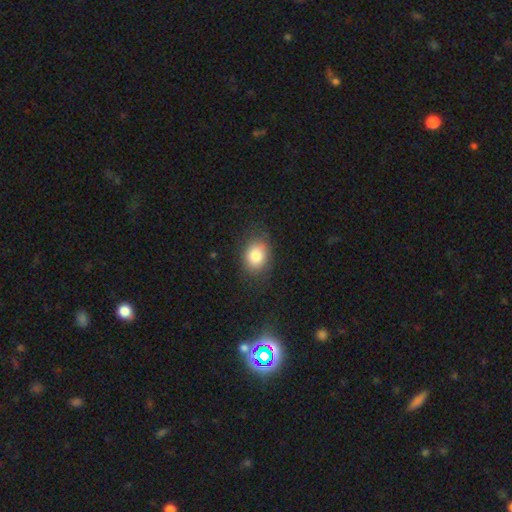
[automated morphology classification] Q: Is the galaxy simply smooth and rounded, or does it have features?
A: smooth — 80%.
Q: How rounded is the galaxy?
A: in between — 53%.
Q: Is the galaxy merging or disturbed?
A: none — 80%.